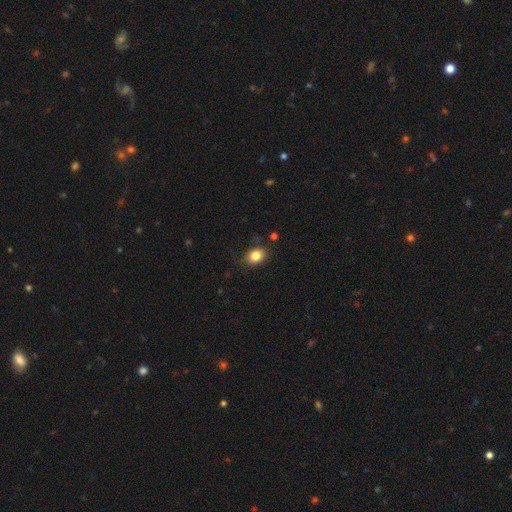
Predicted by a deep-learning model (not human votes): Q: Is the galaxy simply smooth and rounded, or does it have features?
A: smooth — 84%.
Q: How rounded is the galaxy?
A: in between — 64%.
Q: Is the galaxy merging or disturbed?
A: none — 82%.